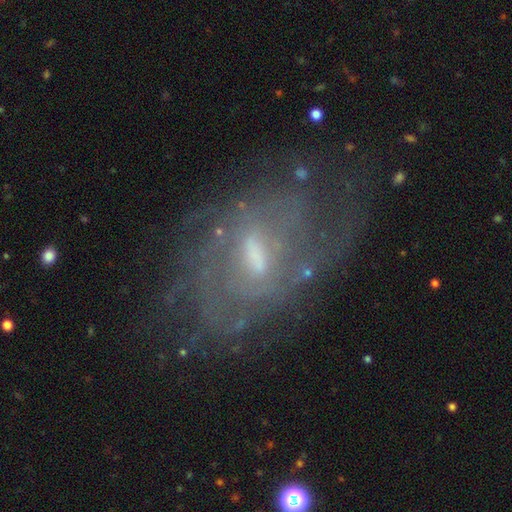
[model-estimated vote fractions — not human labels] smooth-or-featured: featured or disk: 79% | smooth: 12% | star or artifact: 9%
  disk-edge-on: no: 94% | yes: 6%
    bar: weak: 57% | strong: 22% | no: 21%
    has-spiral-arms: yes: 80% | no: 20%
      spiral-winding: tight: 46% | medium: 37% | loose: 17%
      spiral-arm-count: can't tell: 54% | 2: 22% | 3: 9% | 4: 6% | 1: 5% | more than 4: 5%
    bulge-size: moderate: 49% | small: 33% | none: 11% | large: 7% | dominant: 1%
  merging: none: 63% | minor disturbance: 20% | major disturbance: 15% | merger: 2%